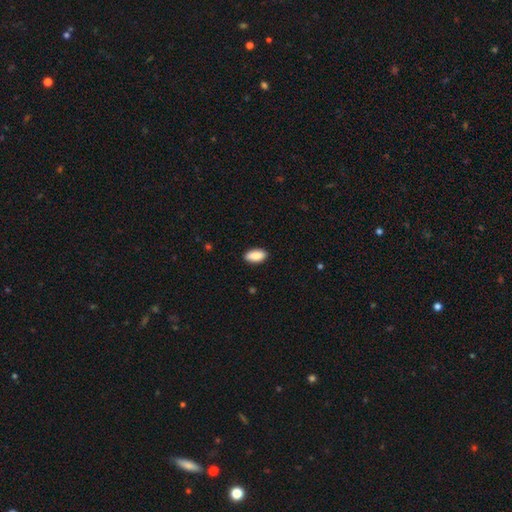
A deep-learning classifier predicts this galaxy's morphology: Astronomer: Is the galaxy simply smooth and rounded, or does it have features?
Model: smooth — 89%.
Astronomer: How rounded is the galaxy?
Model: in between — 92%.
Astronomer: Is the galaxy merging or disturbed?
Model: none — 89%.